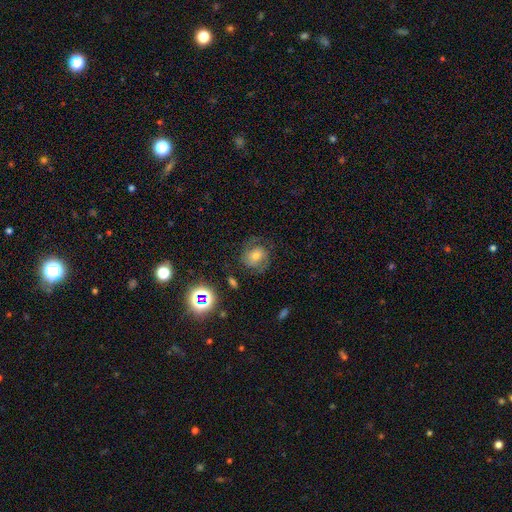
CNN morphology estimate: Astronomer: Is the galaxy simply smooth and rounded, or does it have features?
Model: featured or disk — 57%.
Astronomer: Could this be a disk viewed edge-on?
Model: no — 97%.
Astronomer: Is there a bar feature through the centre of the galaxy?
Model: no — 61%.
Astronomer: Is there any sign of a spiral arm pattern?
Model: yes — 88%.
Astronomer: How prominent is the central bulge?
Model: moderate — 56% (runner-up: small, 33%).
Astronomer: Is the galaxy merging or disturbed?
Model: none — 70%.